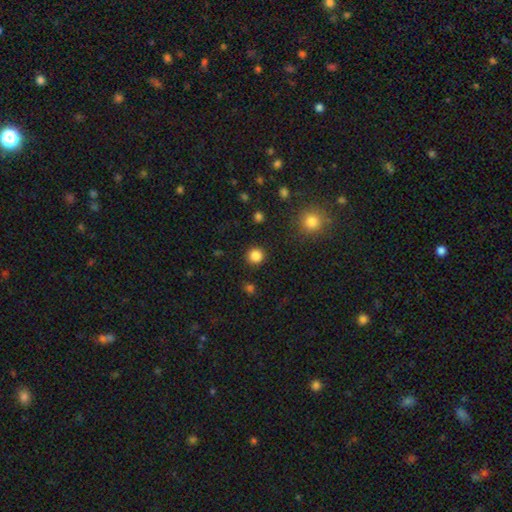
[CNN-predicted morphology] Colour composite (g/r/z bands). It shows a smooth galaxy with no disk features (85%) that is round (94%). Merging: none (90%).